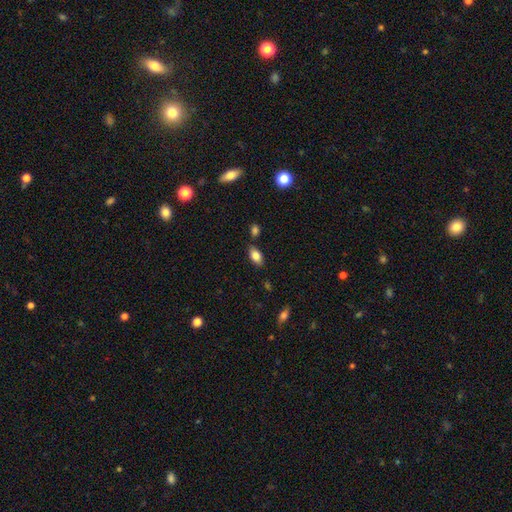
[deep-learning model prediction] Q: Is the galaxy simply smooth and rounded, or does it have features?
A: smooth — 82%.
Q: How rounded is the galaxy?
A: in between — 90%.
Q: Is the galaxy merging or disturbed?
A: none — 76%.